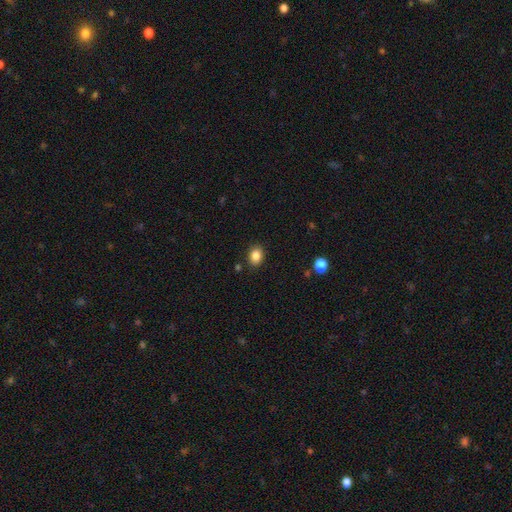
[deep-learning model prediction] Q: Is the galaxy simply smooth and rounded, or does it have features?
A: smooth — 85%.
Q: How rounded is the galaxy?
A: in between — 57%.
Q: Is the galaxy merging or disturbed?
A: none — 86%.